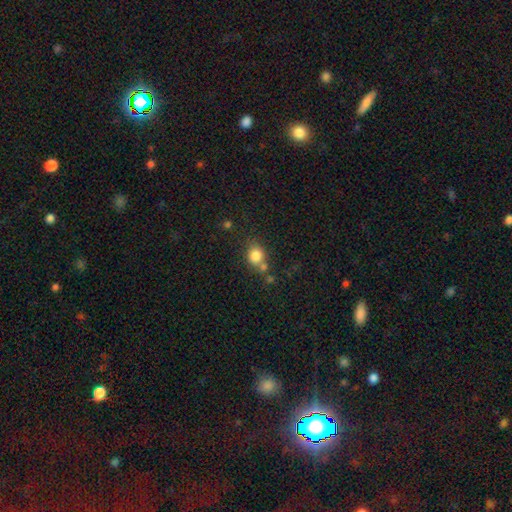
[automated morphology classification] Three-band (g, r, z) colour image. It shows a smooth galaxy with no disk features (82%) that is round (67%). Merging: none (57%).